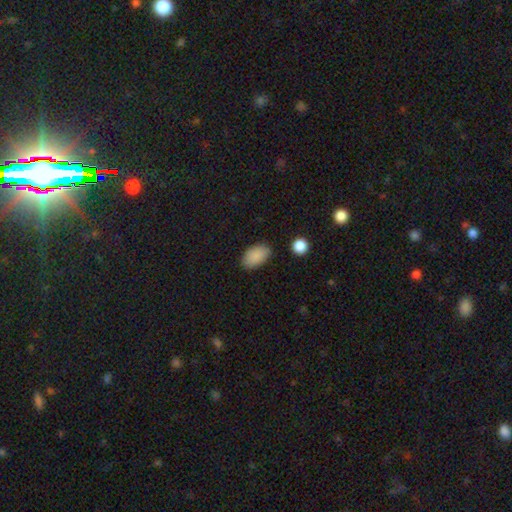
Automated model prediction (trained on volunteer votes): Q: Smooth or featured?
A: smooth (89%); runner-up: star or artifact (8%)
Q: How rounded?
A: in between (93%); runner-up: round (6%)
Q: Merging?
A: none (83%); runner-up: minor disturbance (12%)